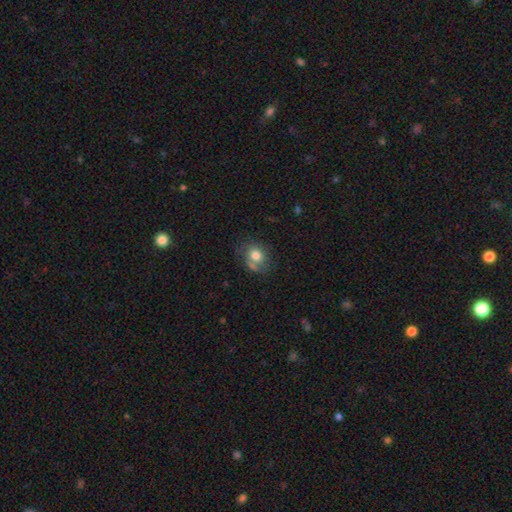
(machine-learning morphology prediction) Smooth or featured: smooth — 69% (featured or disk — 22%)
How rounded: round — 60% (in between — 39%)
Merging: none — 55% (minor disturbance — 23%)